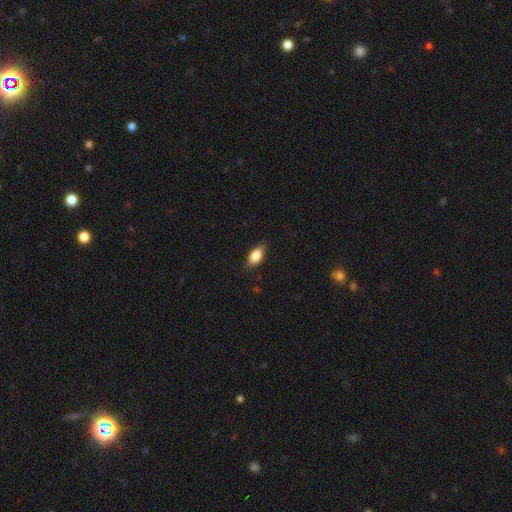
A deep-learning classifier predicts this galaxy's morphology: The model was most divided on "smooth or featured": smooth: 79%, featured or disk: 14%, star or artifact: 7%. More confident: how rounded — in between (85%); merging — none (83%).